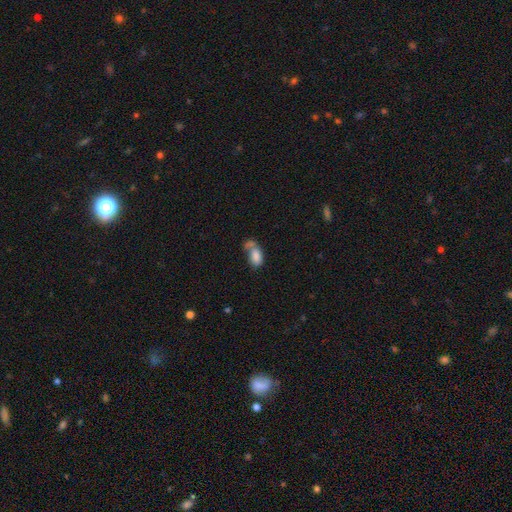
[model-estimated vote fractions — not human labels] Smooth or featured: smooth — 78% (featured or disk — 13%)
How rounded: in between — 90% (round — 7%)
Merging: merger — 39% (none — 28%)